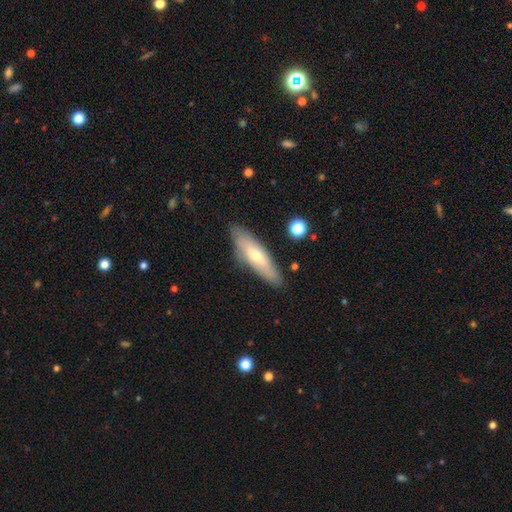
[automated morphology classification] The model was most divided on "smooth or featured": smooth: 57%, featured or disk: 37%, star or artifact: 6%. More confident: merging — none (81%); how rounded — cigar-shaped (60%).